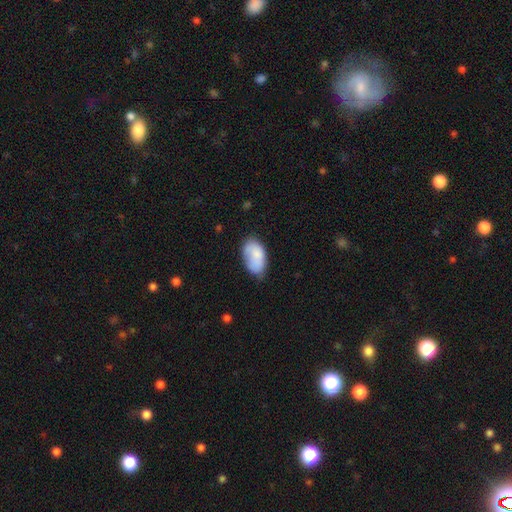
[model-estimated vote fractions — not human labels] Smooth or featured: smooth — 78% (featured or disk — 15%)
How rounded: in between — 93% (round — 6%)
Merging: none — 56% (minor disturbance — 31%)